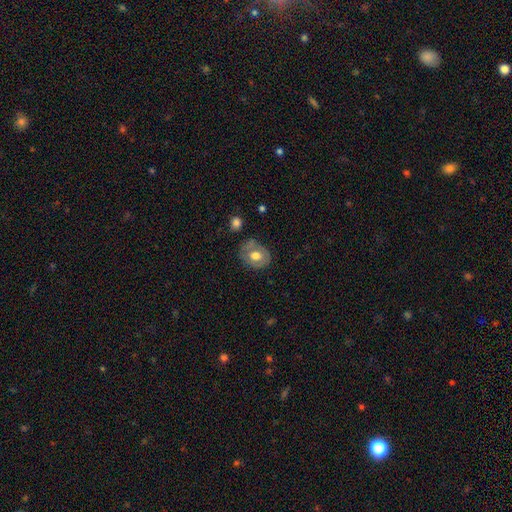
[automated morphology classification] A smooth galaxy with no disk features (54%) that is in between round and cigar-shaped (50%). Merging: none (70%).